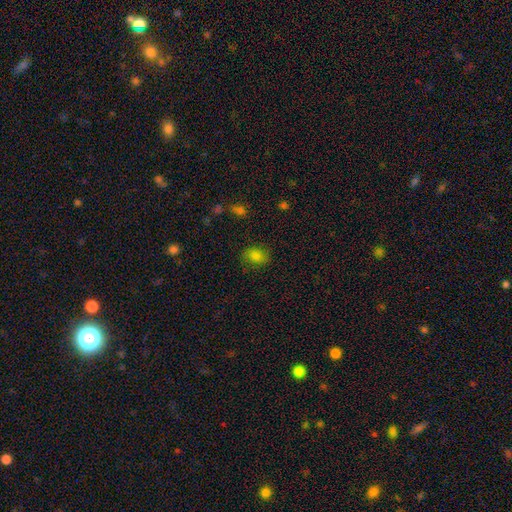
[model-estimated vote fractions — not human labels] This appears to be a smooth galaxy with no disk features (79%) that is in between round and cigar-shaped (66%). Merging: none (76%).